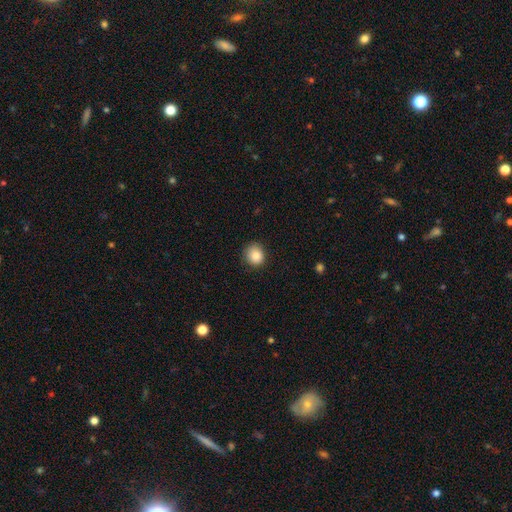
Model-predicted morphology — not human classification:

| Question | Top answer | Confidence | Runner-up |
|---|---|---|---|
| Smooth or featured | smooth | 87% | star or artifact (9%) |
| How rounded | round | 84% | in between (15%) |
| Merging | none | 82% | minor disturbance (14%) |